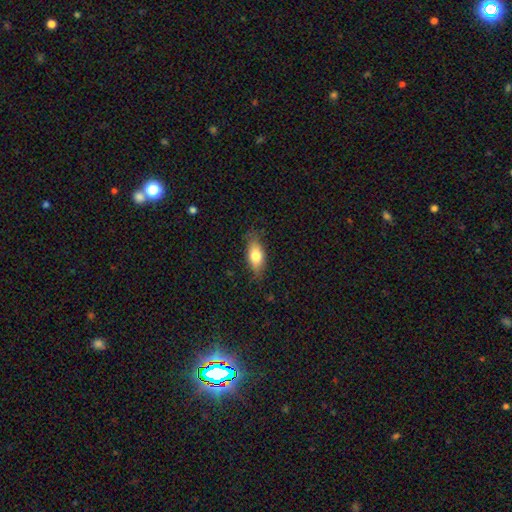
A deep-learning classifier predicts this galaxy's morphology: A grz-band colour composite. It shows a smooth galaxy with no disk features (75%) that is in between round and cigar-shaped (82%). Merging: none (77%).